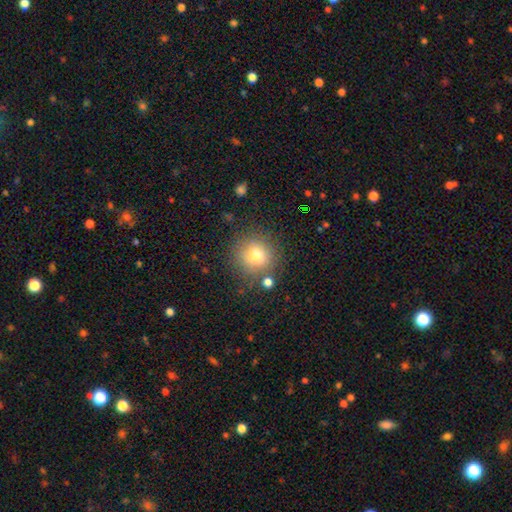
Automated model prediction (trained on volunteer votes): This is likely a smooth galaxy (74%). How rounded: clearly round (93%). Merging: likely none (80%).